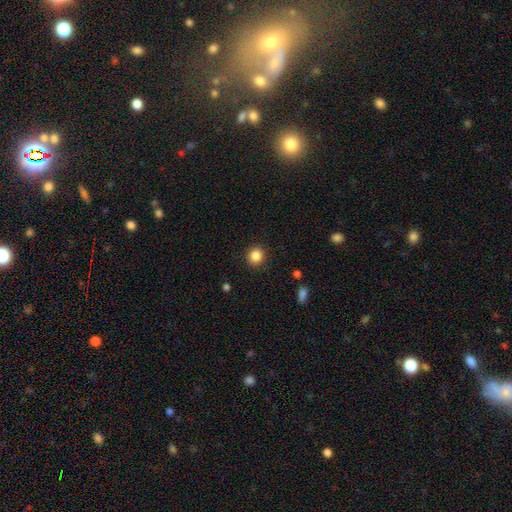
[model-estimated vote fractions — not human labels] Smooth or featured? smooth (86%)
How rounded? round (92%)
Merging? none (91%)